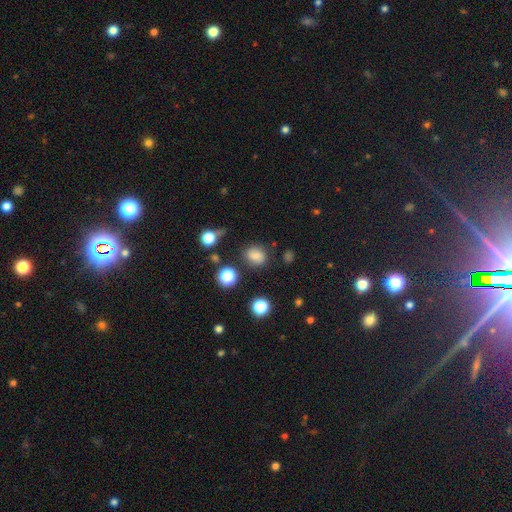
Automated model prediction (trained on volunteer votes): Q: Smooth or featured?
A: smooth (72%); runner-up: star or artifact (16%)
Q: How rounded?
A: round (68%); runner-up: in between (31%)
Q: Merging?
A: none (73%); runner-up: minor disturbance (17%)